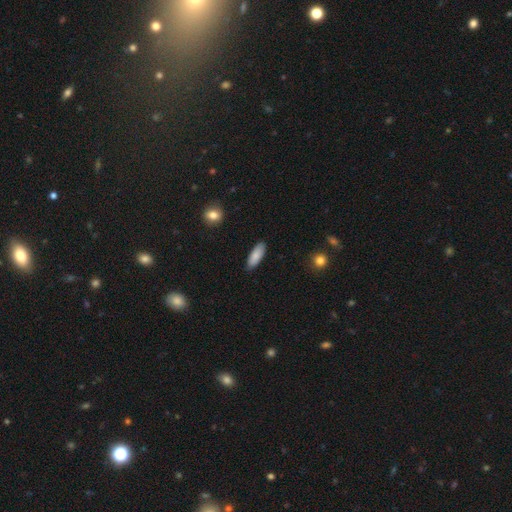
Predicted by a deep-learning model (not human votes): This is clearly a smooth galaxy (85%). How rounded: likely in between (68%). Merging: clearly none (87%).